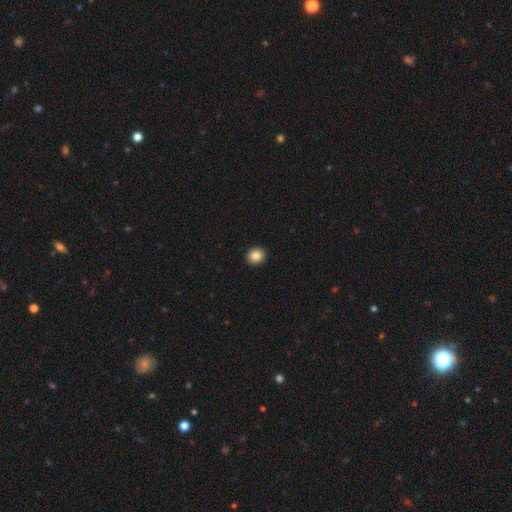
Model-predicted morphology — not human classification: smooth_or_featured: smooth (p=0.86) [alt: star or artifact p=0.09]
how_rounded: round (p=0.79) [alt: in between p=0.20]
merging: none (p=0.93) [alt: minor disturbance p=0.05]